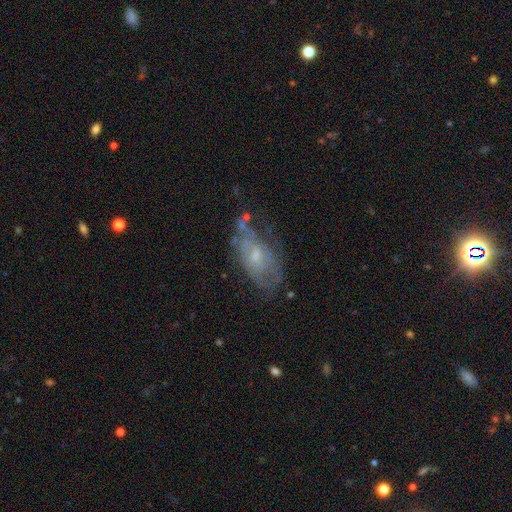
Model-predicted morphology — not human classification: Smooth or featured? Predicted: featured or disk (p=0.62). Edge-on disk? Predicted: no (p=0.93). Bar? Predicted: no (p=0.68). Spiral arms? Predicted: yes (p=0.51). Bulge size? Predicted: small (p=0.51). Merging? Predicted: none (p=0.44).